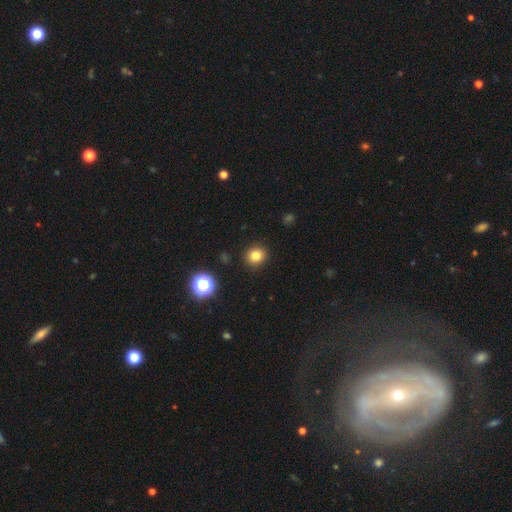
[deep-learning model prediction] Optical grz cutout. It shows a smooth galaxy with no disk features (81%) that is round (81%). Merging: none (91%).